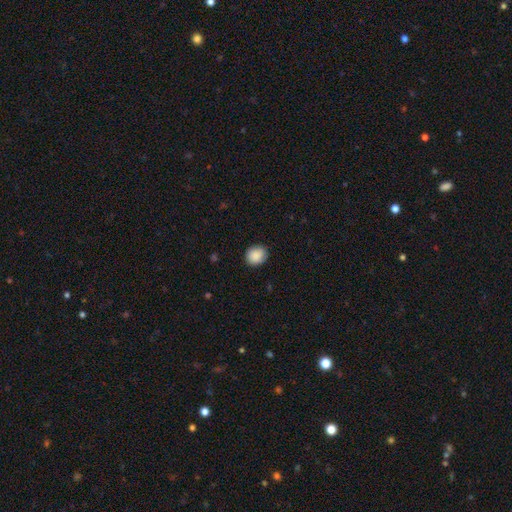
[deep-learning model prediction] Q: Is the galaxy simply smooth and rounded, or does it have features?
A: smooth — 89%.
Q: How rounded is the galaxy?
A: round — 79%.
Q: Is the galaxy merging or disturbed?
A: none — 86%.